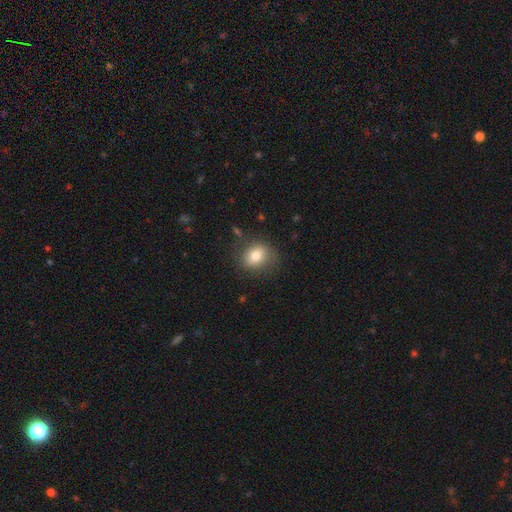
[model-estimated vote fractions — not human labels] Overall: smooth (78%). How rounded: round (57%; in between 42%). Merging: none (78%).